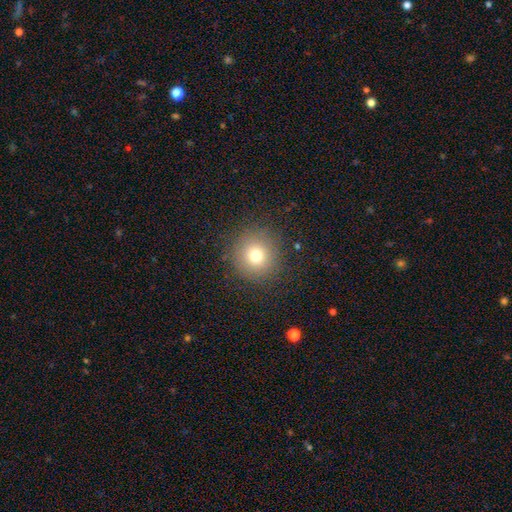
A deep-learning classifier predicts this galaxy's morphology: Smooth or featured?
  - smooth: 74% *
  - star or artifact: 15%
  - featured or disk: 10%
How rounded?
  - round: 94% *
  - in between: 5%
  - cigar-shaped: 1%
Merging?
  - none: 88% *
  - minor disturbance: 7%
  - major disturbance: 4%
  - merger: 1%